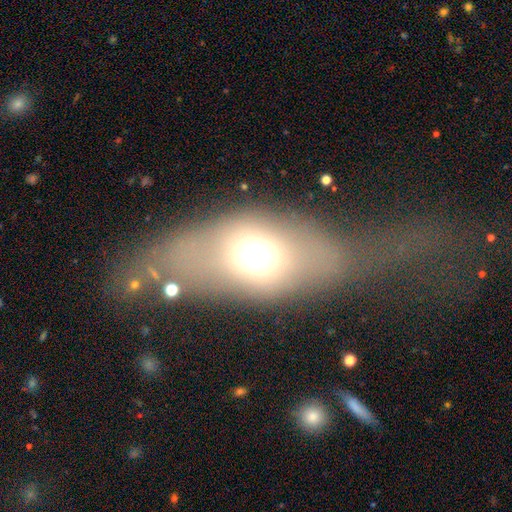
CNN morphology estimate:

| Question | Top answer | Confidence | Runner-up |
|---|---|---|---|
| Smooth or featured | smooth | 55% | featured or disk (31%) |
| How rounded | in between | 73% | round (17%) |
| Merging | none | 41% | major disturbance (33%) |